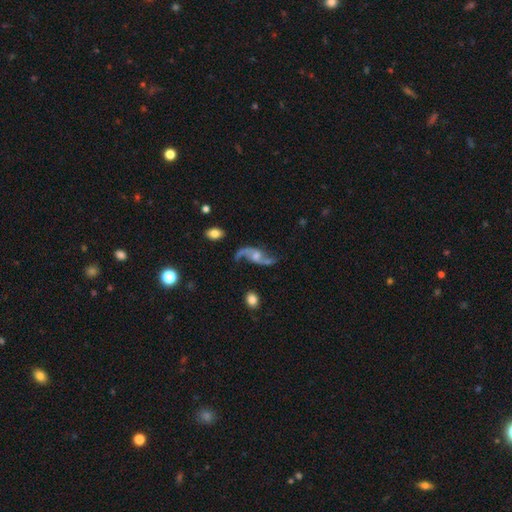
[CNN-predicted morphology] A featured or disk galaxy (88%) with no bar (54%), 2 (93%) loose (88%) spiral arms (96%) and a moderate central bulge (43%). Merging: none (69%).